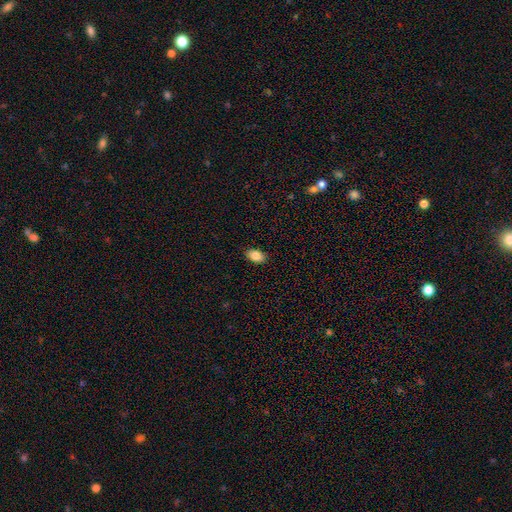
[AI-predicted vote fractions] A smooth galaxy with no disk features (87%) that is in between round and cigar-shaped (87%). Merging: none (88%).